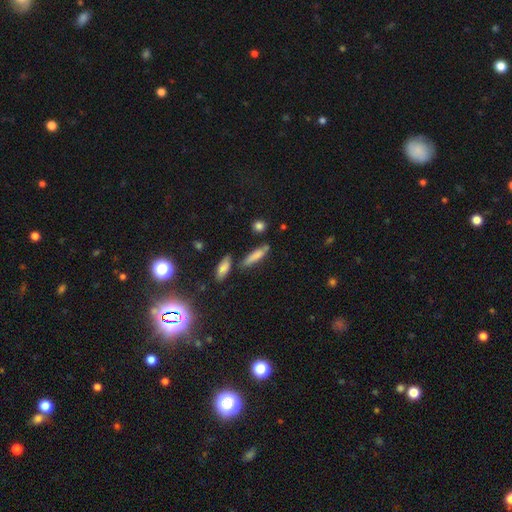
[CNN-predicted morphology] type=smooth (76%); roundness=cigar-shaped (69%); merging=none (67%).